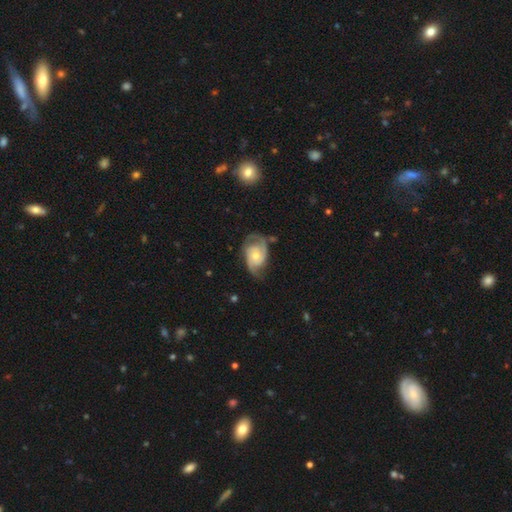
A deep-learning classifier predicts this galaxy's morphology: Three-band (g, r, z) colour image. It shows a featured or disk galaxy (85%) with no bar (69%), 2 (81%) medium (46%) spiral arms (96%) and a moderate central bulge (53%). Merging: none (65%).